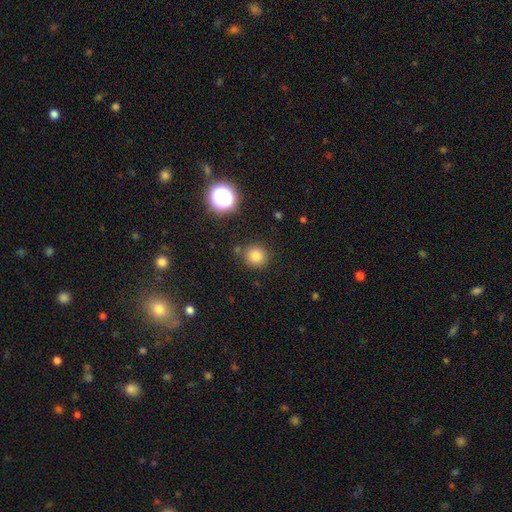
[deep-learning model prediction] Smooth or featured?
  - smooth: 80% *
  - star or artifact: 14%
  - featured or disk: 6%
How rounded?
  - round: 92% *
  - in between: 7%
  - cigar-shaped: 1%
Merging?
  - none: 84% *
  - minor disturbance: 8%
  - merger: 5%
  - major disturbance: 3%